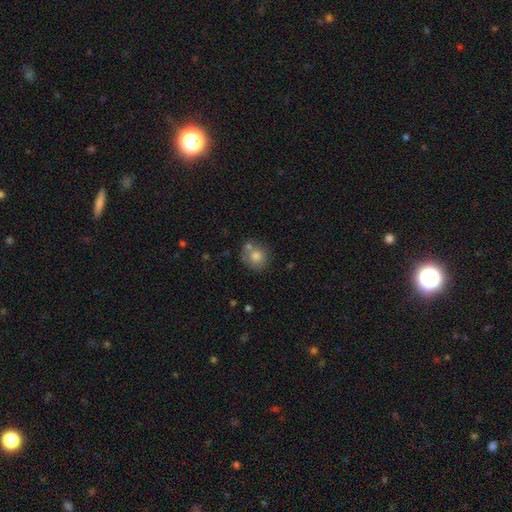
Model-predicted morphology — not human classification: type=smooth (73%); roundness=round (84%); merging=none (62%).